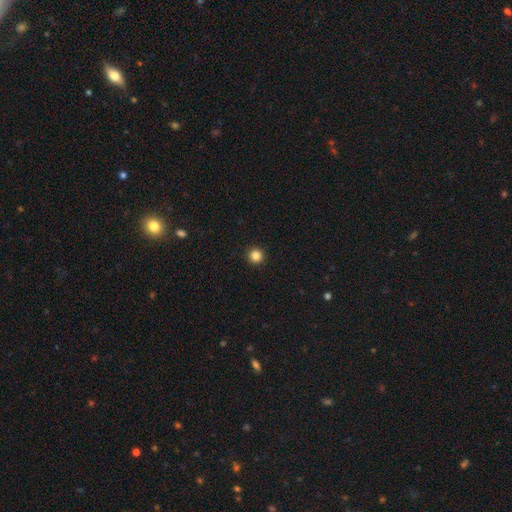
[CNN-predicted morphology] smooth_or_featured: smooth (p=0.85) [alt: star or artifact p=0.12]
how_rounded: round (p=0.96) [alt: in between p=0.03]
merging: none (p=0.94) [alt: minor disturbance p=0.04]